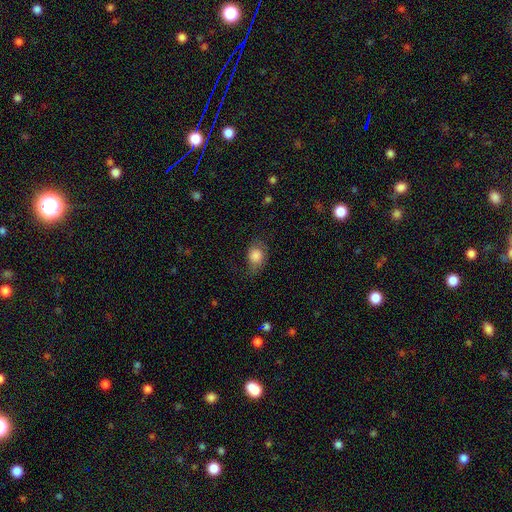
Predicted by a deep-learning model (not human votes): smooth 79%, featured or disk 13%, star or artifact 8%. Down the decision tree: how rounded — in between (56%); merging — none (54%).